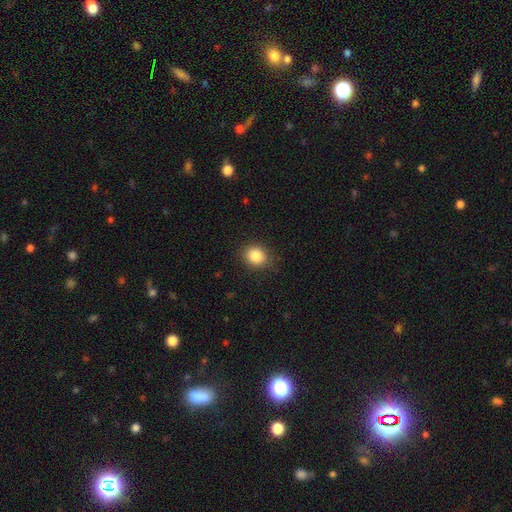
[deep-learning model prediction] This appears to be a smooth galaxy with no disk features (86%) that is round (69%). Merging: none (86%).